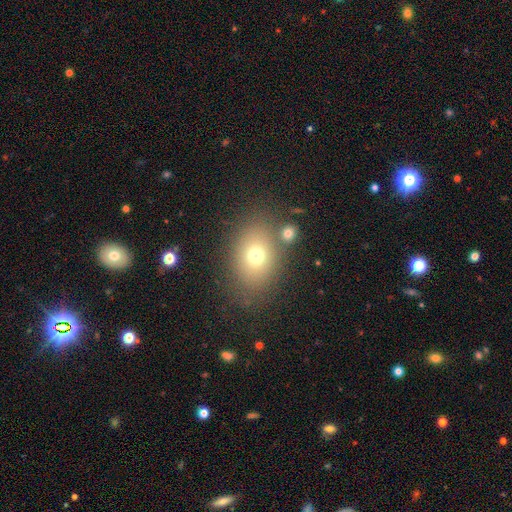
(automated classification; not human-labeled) smooth_or_featured: smooth (p=0.71) [alt: star or artifact p=0.15]
how_rounded: in between (p=0.65) [alt: round p=0.34]
merging: none (p=0.70) [alt: minor disturbance p=0.13]